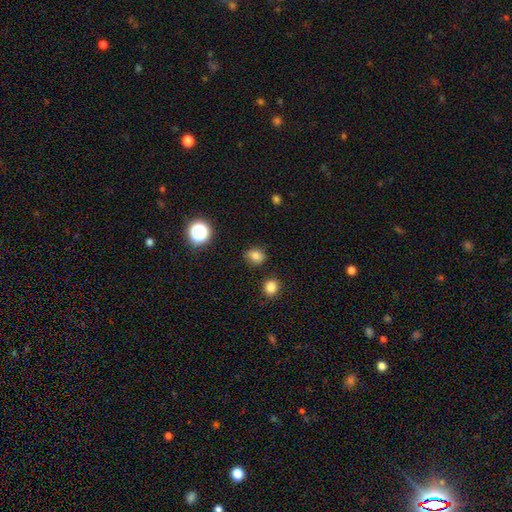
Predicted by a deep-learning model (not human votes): smooth 78%, star or artifact 16%, featured or disk 6%. Down the decision tree: how rounded — round (61%); merging — none (76%).